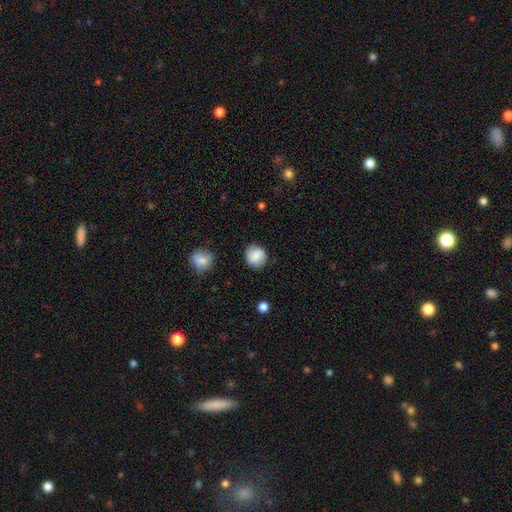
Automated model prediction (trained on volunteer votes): Q: Smooth or featured?
A: smooth (79%); runner-up: featured or disk (12%)
Q: How rounded?
A: round (87%); runner-up: in between (12%)
Q: Merging?
A: none (82%); runner-up: minor disturbance (13%)